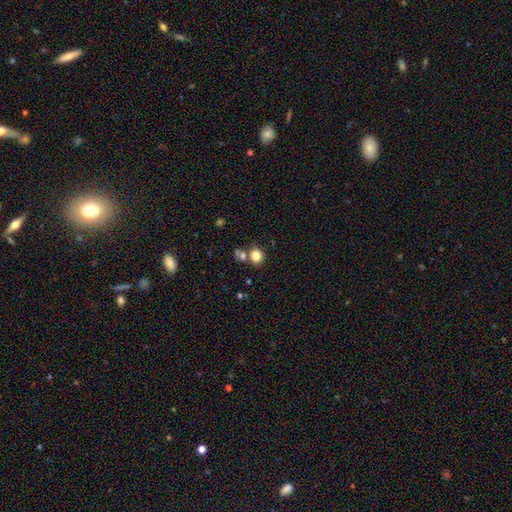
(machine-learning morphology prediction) type=smooth (81%); roundness=round (79%); merging=none (66%).